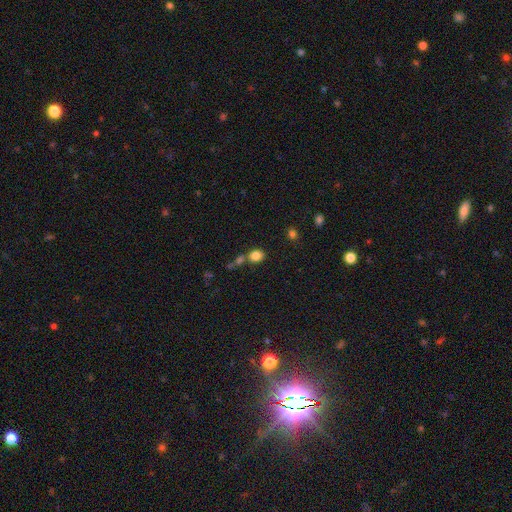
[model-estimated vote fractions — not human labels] Smooth or featured: smooth — 82% (star or artifact — 11%)
How rounded: round — 56% (in between — 43%)
Merging: none — 58% (merger — 26%)